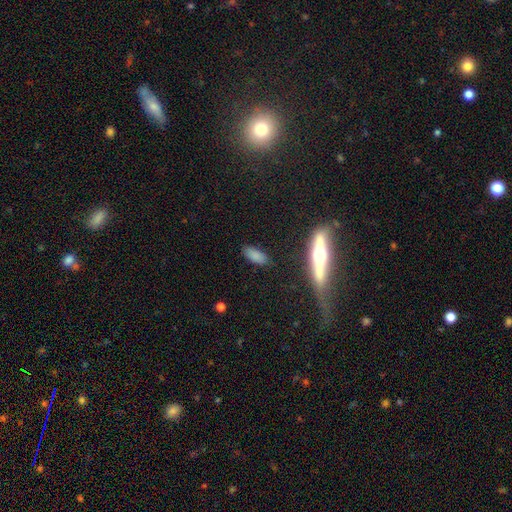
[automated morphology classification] smooth-or-featured: smooth: 80% | featured or disk: 10% | star or artifact: 10%
  how-rounded: in between: 73% | cigar-shaped: 24% | round: 3%
  merging: none: 83% | minor disturbance: 13% | major disturbance: 3% | merger: 2%